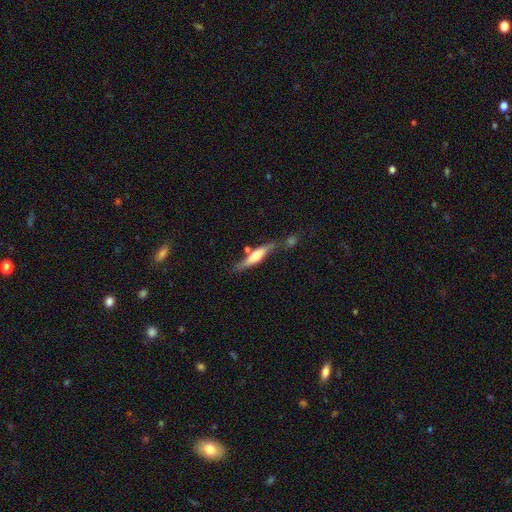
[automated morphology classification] This is possibly a featured or disk galaxy (51%). It is clearly viewed edge-on (87%). Merging: possibly none (58%).